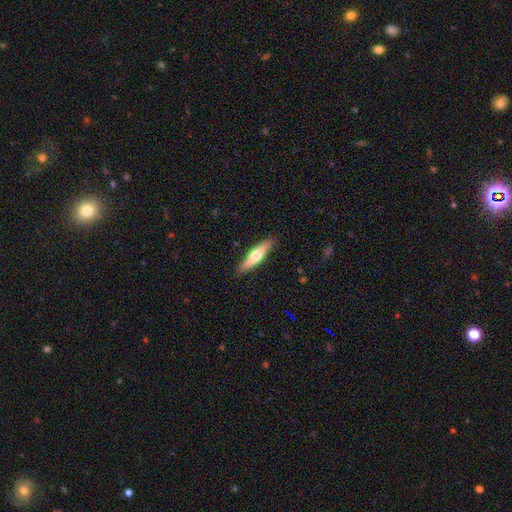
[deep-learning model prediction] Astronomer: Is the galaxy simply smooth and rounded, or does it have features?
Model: smooth — 54% (runner-up: featured or disk, 41%).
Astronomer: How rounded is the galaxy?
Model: cigar-shaped — 77%.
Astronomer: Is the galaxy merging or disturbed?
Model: none — 89%.